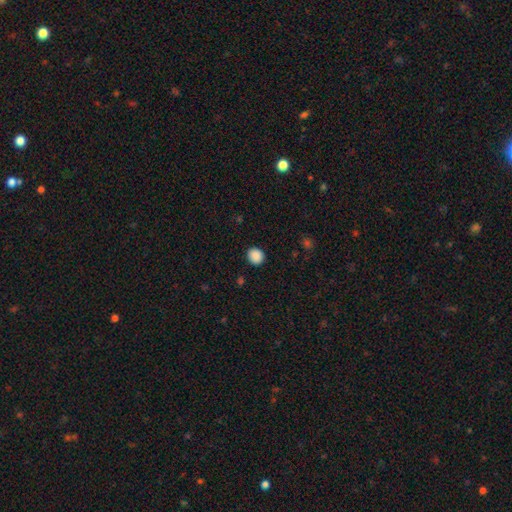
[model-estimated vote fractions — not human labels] The model was most divided on "how rounded": round: 82%, in between: 17%, cigar-shaped: 1%. More confident: merging — none (90%); smooth or featured — smooth (89%).